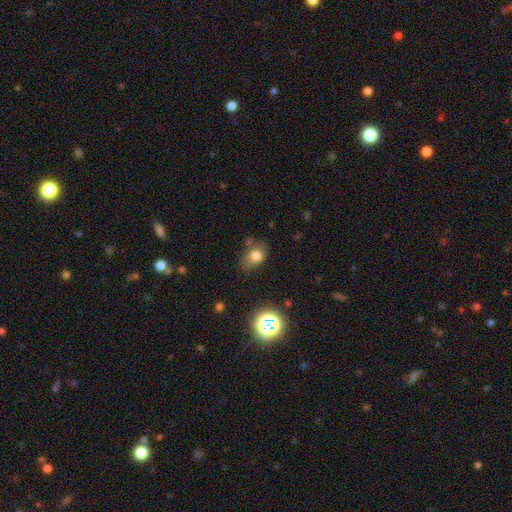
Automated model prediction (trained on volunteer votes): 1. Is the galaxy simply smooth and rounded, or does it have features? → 72% smooth, 15% star or artifact, 13% featured or disk.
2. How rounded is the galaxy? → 66% in between, 32% round, 2% cigar-shaped.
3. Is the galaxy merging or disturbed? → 46% none, 31% minor disturbance, 15% major disturbance, 8% merger.